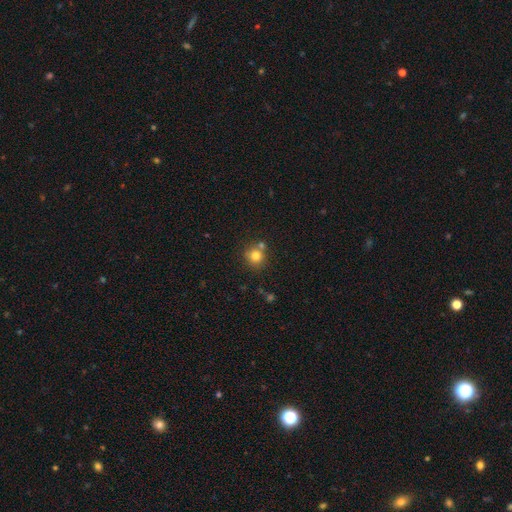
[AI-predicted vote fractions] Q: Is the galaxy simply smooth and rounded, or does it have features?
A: smooth — 79%.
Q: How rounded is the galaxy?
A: round — 89%.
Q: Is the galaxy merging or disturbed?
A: none — 66%.